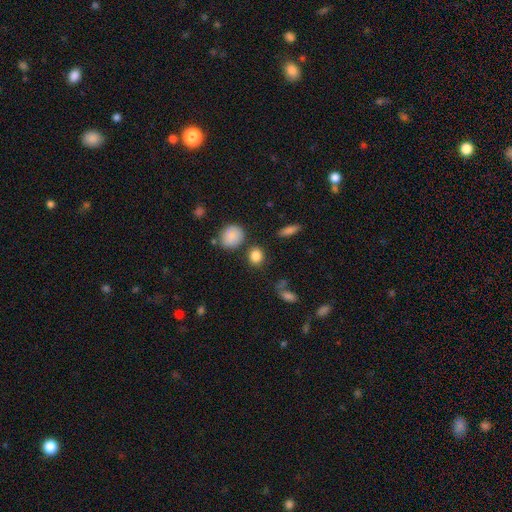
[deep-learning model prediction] Overall: smooth (85%). How rounded: round (69%). Merging: none (80%).